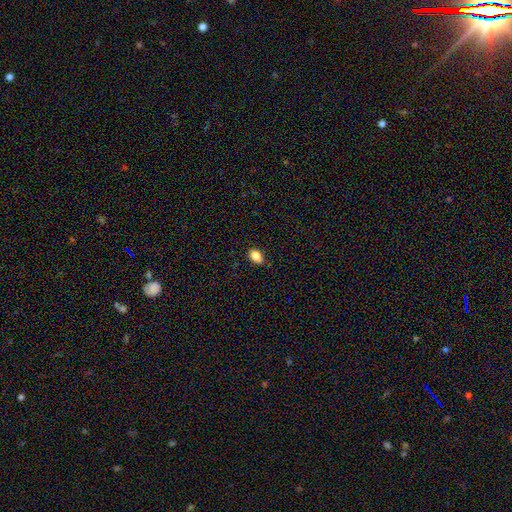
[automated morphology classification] A smooth galaxy with no disk features (85%) that is in between round and cigar-shaped (85%).

Vote fractions:
- Smooth or featured? smooth: 85% / star or artifact: 9% / featured or disk: 6%
- How rounded? in between: 85% / round: 13% / cigar-shaped: 2%
- Merging? none: 82% / minor disturbance: 14% / major disturbance: 2% / merger: 1%